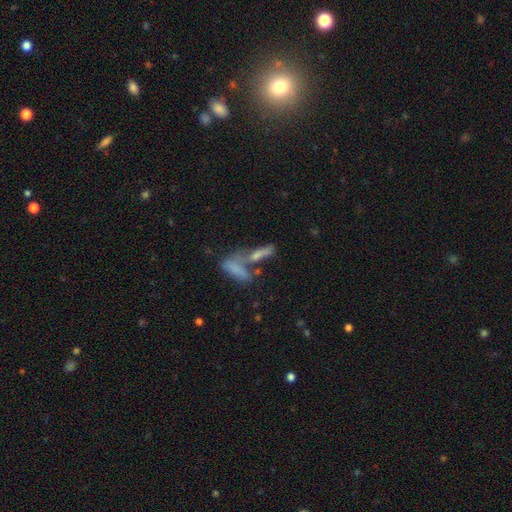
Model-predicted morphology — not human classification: Q: Smooth or featured?
A: smooth (54%); runner-up: featured or disk (28%)
Q: How rounded?
A: cigar-shaped (52%); runner-up: in between (43%)
Q: Merging?
A: merger (54%); runner-up: none (30%)